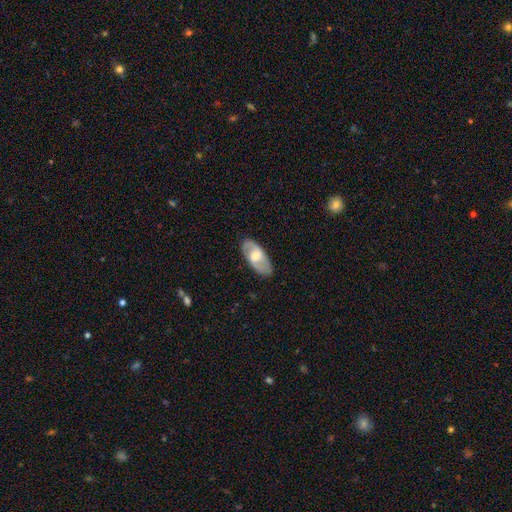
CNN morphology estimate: A featured or disk galaxy (58%) with a weak bar (49%), spiral arms (73%) and a moderate central bulge (57%). Merging: none (84%).